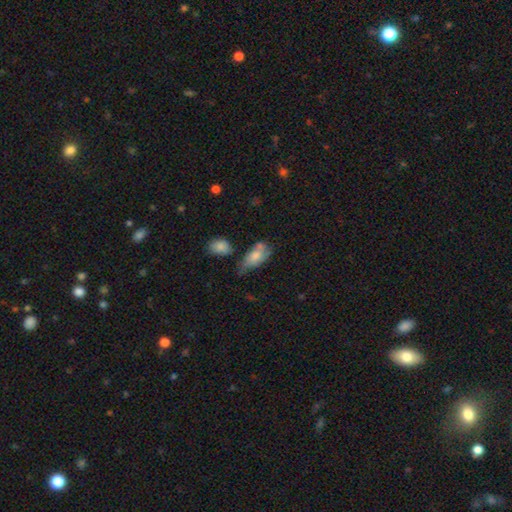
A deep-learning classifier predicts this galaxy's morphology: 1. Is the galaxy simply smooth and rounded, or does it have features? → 68% smooth, 24% featured or disk, 8% star or artifact.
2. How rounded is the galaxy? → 89% in between, 6% cigar-shaped, 5% round.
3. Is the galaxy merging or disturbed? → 34% none, 33% minor disturbance, 17% merger, 16% major disturbance.